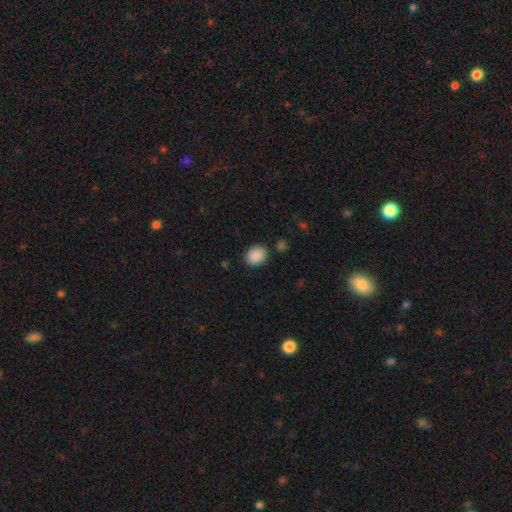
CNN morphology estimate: This appears to be a smooth galaxy with no disk features (89%) that is in between round and cigar-shaped (52%). Merging: none (83%).